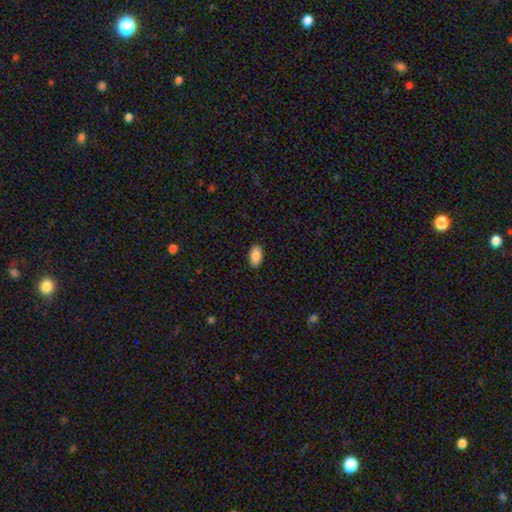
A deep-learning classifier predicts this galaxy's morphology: smooth 88%, star or artifact 7%, featured or disk 5%. Down the decision tree: how rounded — in between (94%); merging — none (89%).